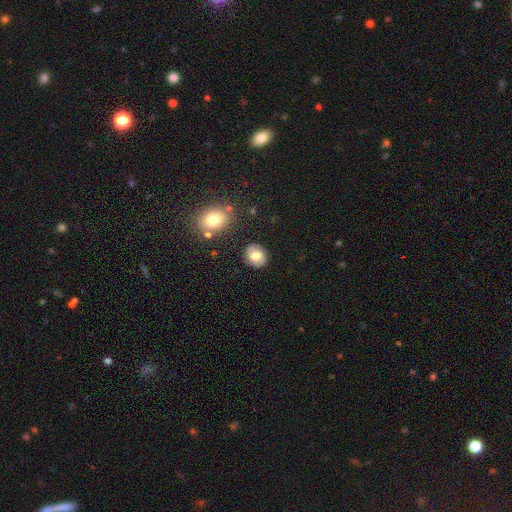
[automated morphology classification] Overall: smooth (73%). How rounded: round (61%; in between 38%). Merging: none (85%).